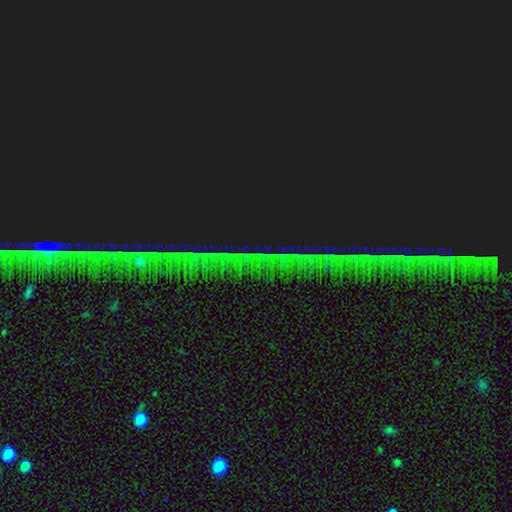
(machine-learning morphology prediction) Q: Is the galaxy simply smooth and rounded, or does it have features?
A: star or artifact — 86%.